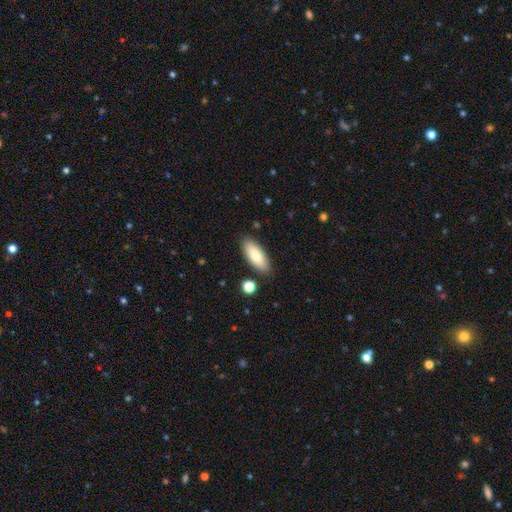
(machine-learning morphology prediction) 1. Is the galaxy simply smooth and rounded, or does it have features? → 82% smooth, 12% featured or disk, 6% star or artifact.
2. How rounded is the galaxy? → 78% in between, 20% cigar-shaped, 2% round.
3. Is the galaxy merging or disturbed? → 86% none, 9% minor disturbance, 2% merger, 2% major disturbance.